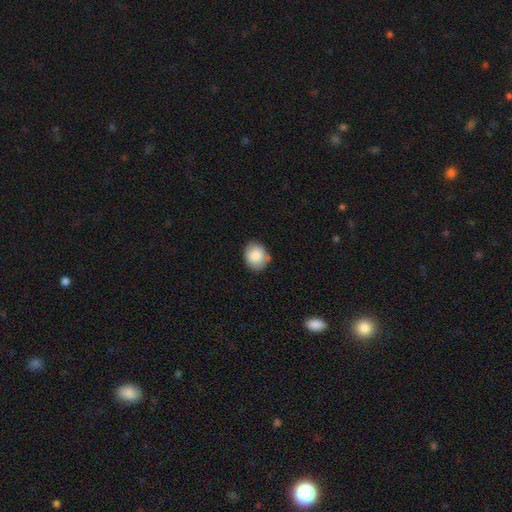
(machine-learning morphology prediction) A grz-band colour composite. It shows a smooth galaxy with no disk features (87%) that is round (64%). Merging: none (79%).